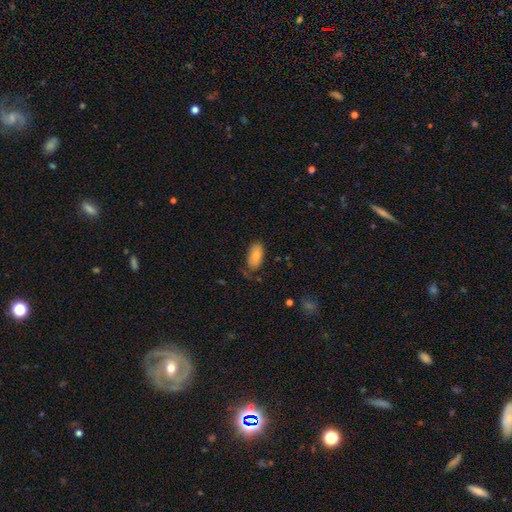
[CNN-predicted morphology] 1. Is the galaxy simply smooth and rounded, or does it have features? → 83% smooth, 10% featured or disk, 7% star or artifact.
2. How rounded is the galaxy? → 93% in between, 5% cigar-shaped, 2% round.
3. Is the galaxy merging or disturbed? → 65% none, 26% minor disturbance, 7% major disturbance, 2% merger.